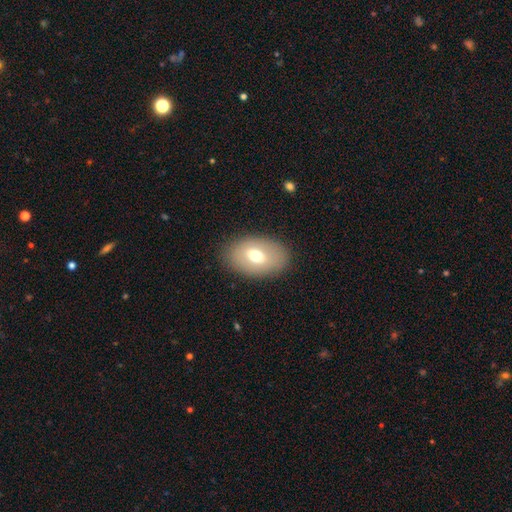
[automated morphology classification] Q: Smooth or featured?
A: smooth (65%); runner-up: featured or disk (27%)
Q: How rounded?
A: in between (88%); runner-up: round (11%)
Q: Merging?
A: none (85%); runner-up: minor disturbance (10%)